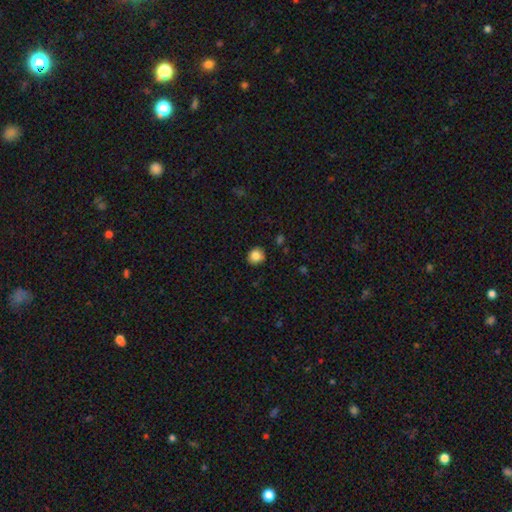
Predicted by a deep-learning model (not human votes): Smooth or featured? smooth (85%)
How rounded? round (83%)
Merging? none (88%)